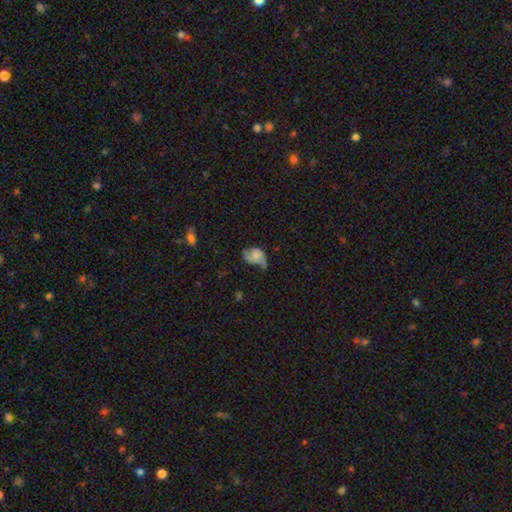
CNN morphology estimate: Smooth or featured? featured or disk (48%)
Merging? major disturbance (34%)